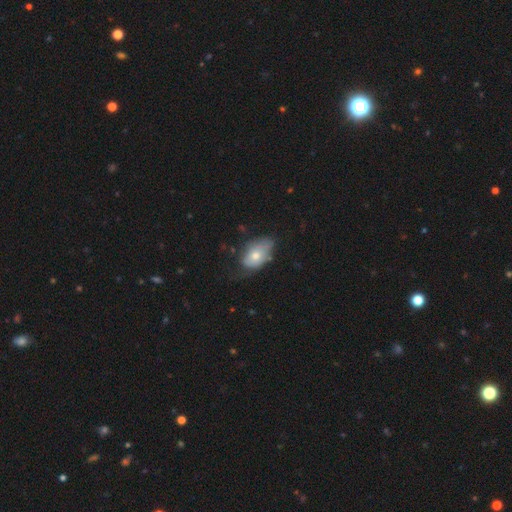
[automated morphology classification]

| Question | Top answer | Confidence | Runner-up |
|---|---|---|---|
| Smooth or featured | smooth | 62% | featured or disk (31%) |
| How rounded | in between | 89% | round (9%) |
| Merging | none | 43% | minor disturbance (38%) |